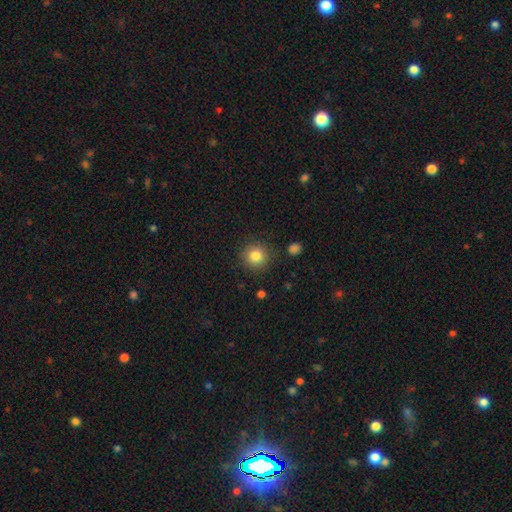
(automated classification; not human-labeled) A smooth galaxy with no disk features (83%) that is round (94%).

Vote fractions:
- Smooth or featured? smooth: 83% / star or artifact: 11% / featured or disk: 7%
- How rounded? round: 94% / in between: 5% / cigar-shaped: 1%
- Merging? none: 89% / minor disturbance: 7% / major disturbance: 2% / merger: 2%